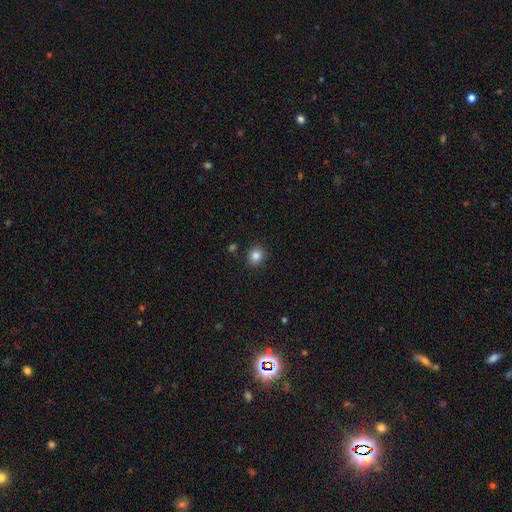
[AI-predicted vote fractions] This appears to be a smooth galaxy with no disk features (84%) that is round (86%). Merging: none (88%).